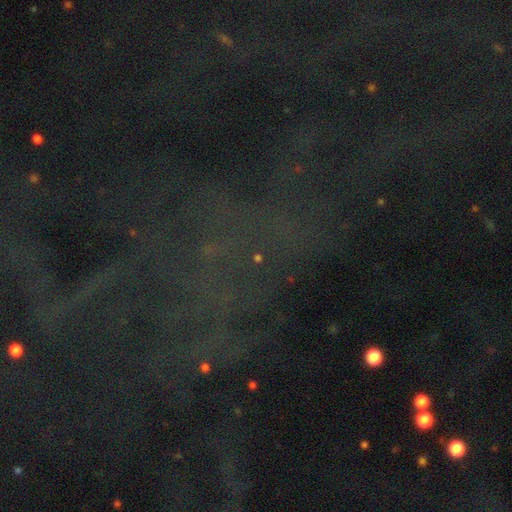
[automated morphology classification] smooth-or-featured: star or artifact: 80% | featured or disk: 11% | smooth: 10%